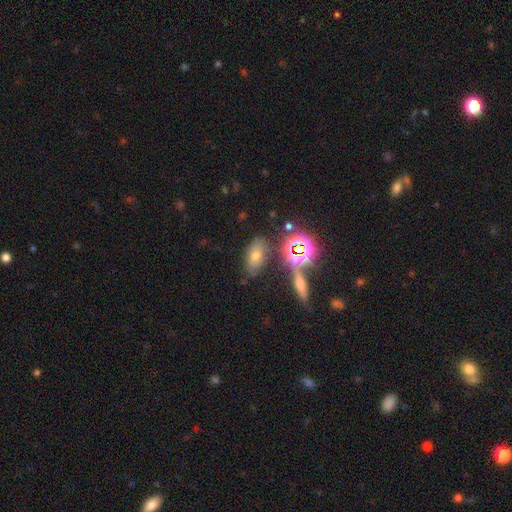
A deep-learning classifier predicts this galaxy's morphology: Overall: smooth (54%; star or artifact 29%). How rounded: in between (82%). Merging: none (78%).